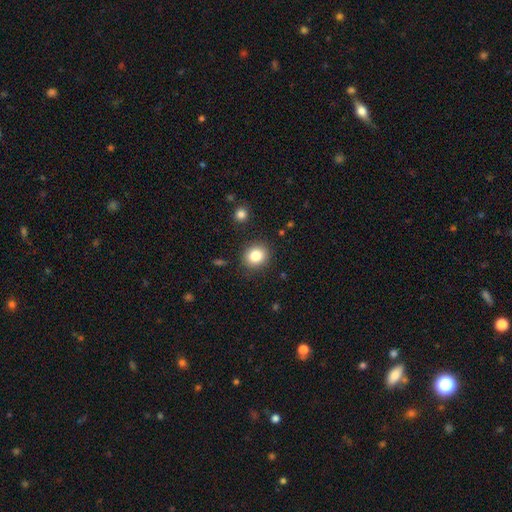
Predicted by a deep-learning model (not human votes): This appears to be a smooth galaxy with no disk features (82%) that is round (75%). Merging: none (88%).